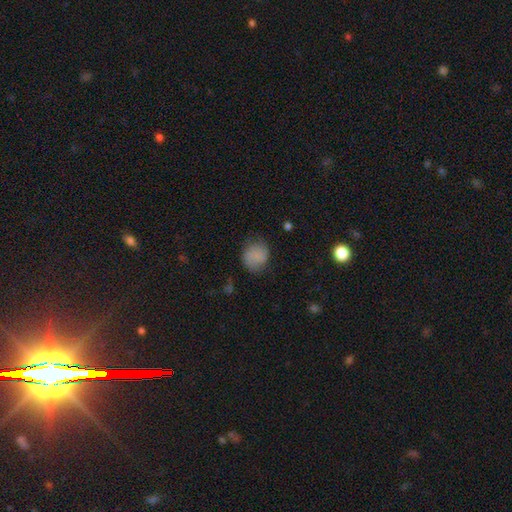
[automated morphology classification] type=smooth (74%); roundness=round (72%); merging=none (67%).